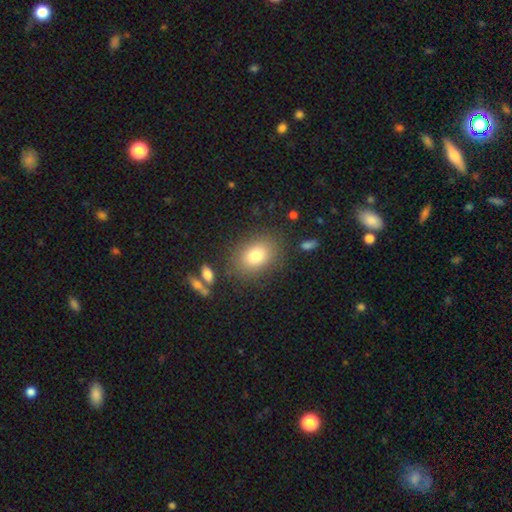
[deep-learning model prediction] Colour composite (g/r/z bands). It shows a smooth galaxy with no disk features (78%) that is in between round and cigar-shaped (64%). Merging: none (83%).